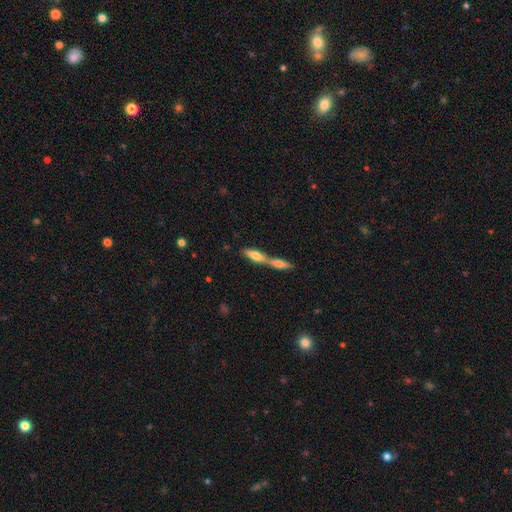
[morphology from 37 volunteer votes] This appears to be a smooth galaxy with no disk features (59%) that is in between round and cigar-shaped (55%). Merging: merger (78%).